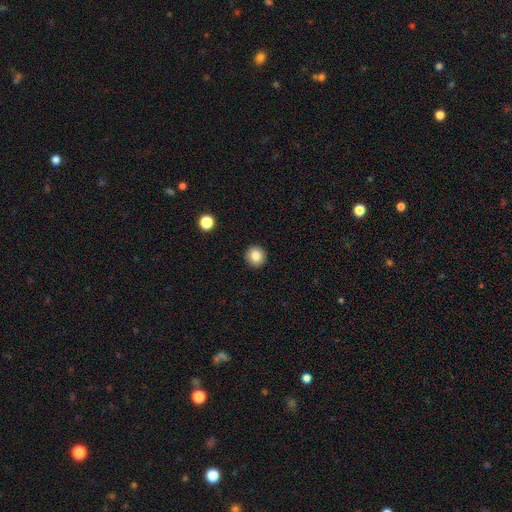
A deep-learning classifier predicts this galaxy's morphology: This appears to be a smooth galaxy with no disk features (84%) that is round (93%). Merging: none (92%).